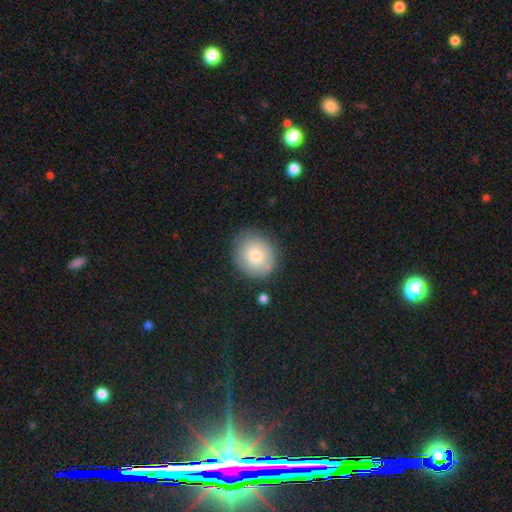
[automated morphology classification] Smooth or featured?
  - smooth: 73% *
  - featured or disk: 18%
  - star or artifact: 9%
How rounded?
  - round: 76% *
  - in between: 23%
  - cigar-shaped: 1%
Merging?
  - none: 82% *
  - minor disturbance: 13%
  - major disturbance: 3%
  - merger: 2%